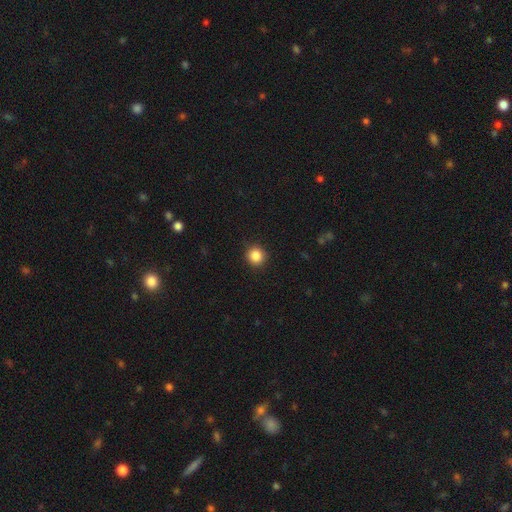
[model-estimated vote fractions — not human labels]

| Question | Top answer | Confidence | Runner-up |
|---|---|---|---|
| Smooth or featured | smooth | 86% | star or artifact (10%) |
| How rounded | round | 93% | in between (6%) |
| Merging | none | 91% | minor disturbance (6%) |